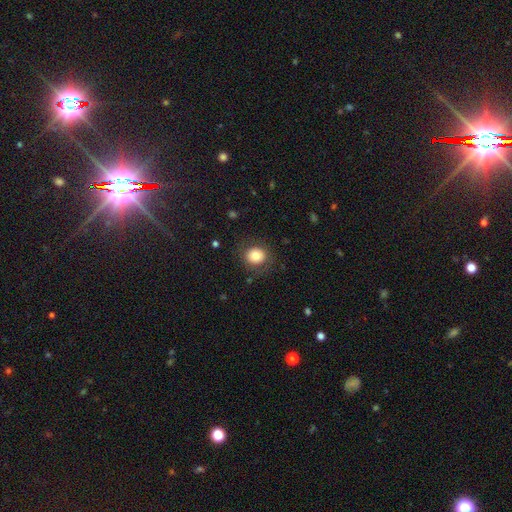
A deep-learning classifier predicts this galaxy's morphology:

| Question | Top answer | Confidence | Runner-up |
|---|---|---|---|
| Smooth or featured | smooth | 79% | featured or disk (11%) |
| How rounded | round | 74% | in between (25%) |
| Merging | none | 83% | minor disturbance (11%) |